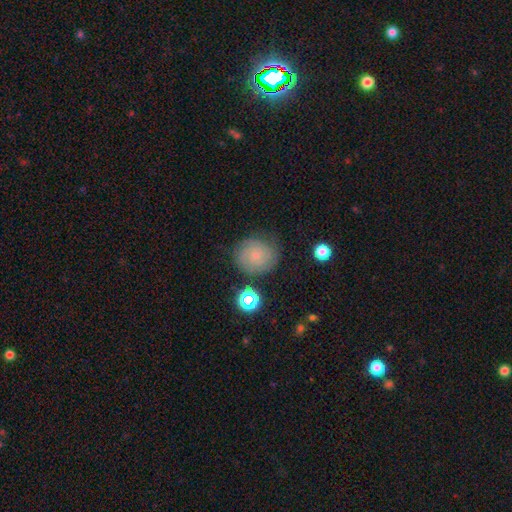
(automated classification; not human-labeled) A featured or disk galaxy (44%, tied with smooth). Merging: none (74%).